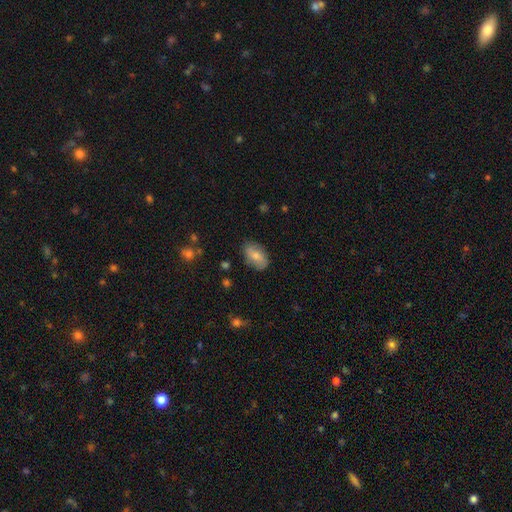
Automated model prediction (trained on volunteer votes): smooth-or-featured: smooth: 72% | featured or disk: 21% | star or artifact: 7%
  how-rounded: in between: 91% | round: 6% | cigar-shaped: 2%
  merging: none: 80% | minor disturbance: 15% | major disturbance: 3% | merger: 1%